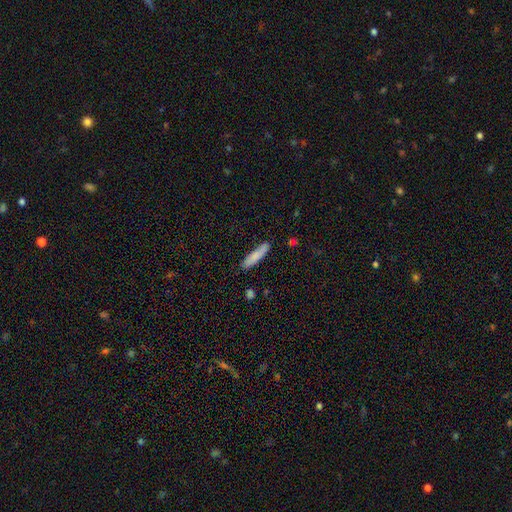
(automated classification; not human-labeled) smooth_or_featured: smooth (p=0.82) [alt: featured or disk p=0.12]
how_rounded: cigar-shaped (p=0.82) [alt: in between p=0.17]
merging: none (p=0.81) [alt: minor disturbance p=0.14]